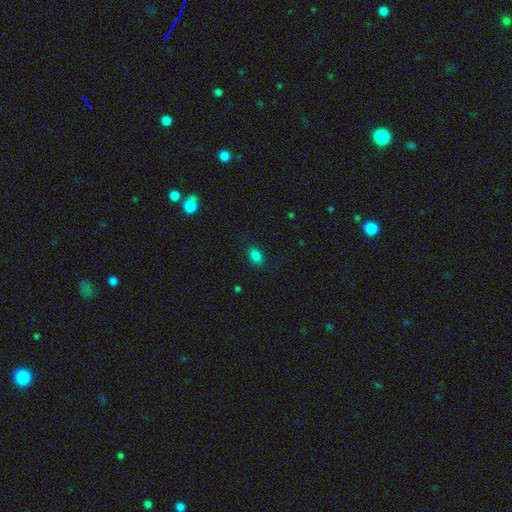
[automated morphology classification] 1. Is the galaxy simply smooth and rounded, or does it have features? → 83% smooth, 12% star or artifact, 5% featured or disk.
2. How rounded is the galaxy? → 84% in between, 14% round, 2% cigar-shaped.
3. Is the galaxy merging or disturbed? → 87% none, 9% minor disturbance, 2% major disturbance, 1% merger.